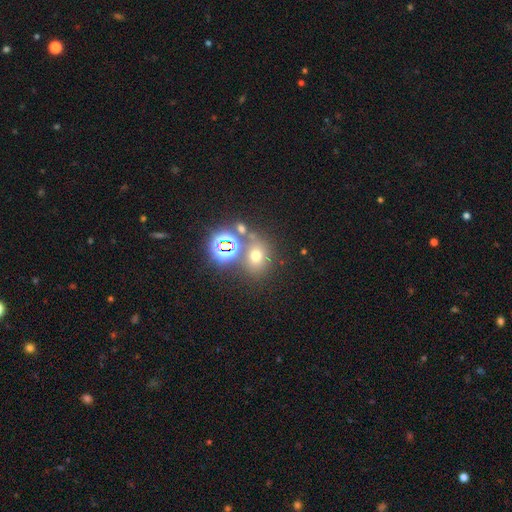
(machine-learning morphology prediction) Smooth or featured? Predicted: smooth (p=0.56). How rounded? Predicted: round (p=0.67). Merging? Predicted: none (p=0.62).